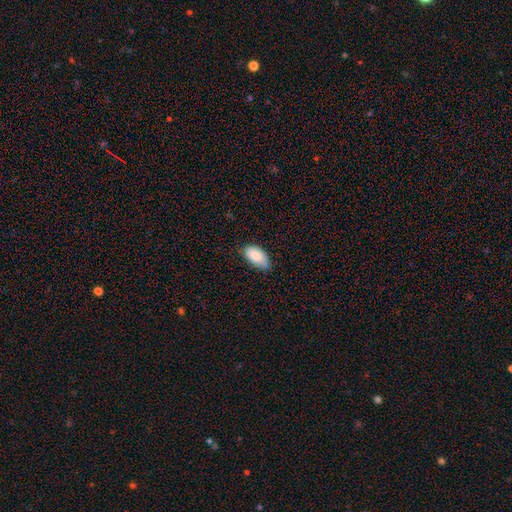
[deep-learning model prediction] Smooth or featured?
  - smooth: 86% *
  - featured or disk: 7%
  - star or artifact: 7%
How rounded?
  - in between: 95% *
  - round: 3%
  - cigar-shaped: 2%
Merging?
  - none: 73% *
  - minor disturbance: 23%
  - major disturbance: 3%
  - merger: 1%